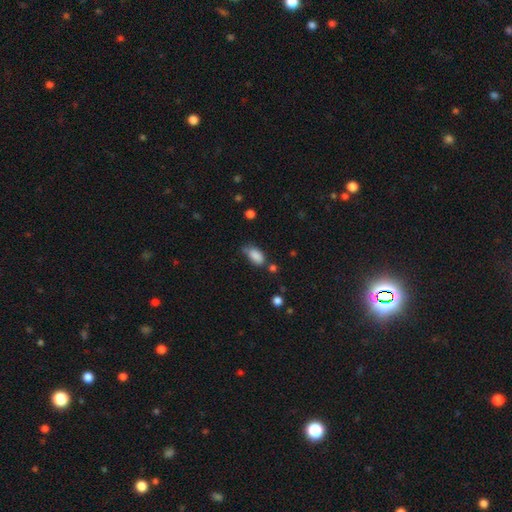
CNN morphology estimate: This is clearly a smooth galaxy (85%). How rounded: clearly in between (91%). Merging: possibly none (47%).